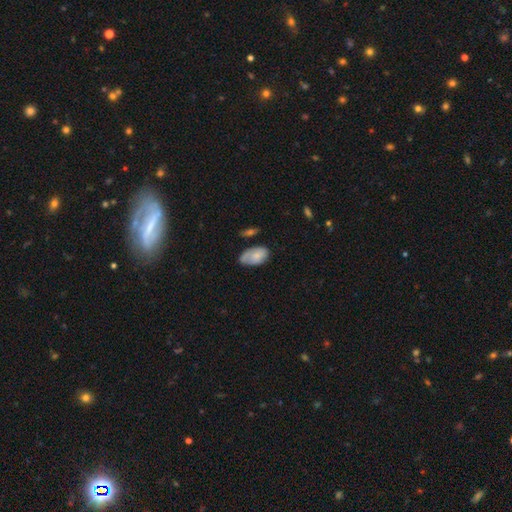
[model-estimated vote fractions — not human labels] smooth_or_featured: smooth (p=0.74) [alt: featured or disk p=0.20]
how_rounded: in between (p=0.93) [alt: round p=0.05]
merging: none (p=0.48) [alt: minor disturbance p=0.35]